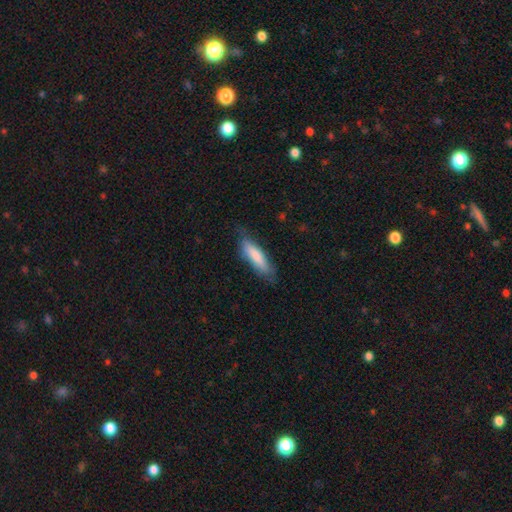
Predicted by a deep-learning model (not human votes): Overall: smooth (79%). How rounded: cigar-shaped (69%; in between 30%). Merging: none (75%).